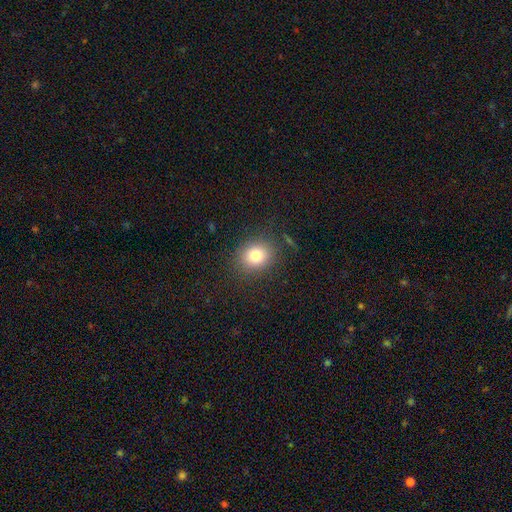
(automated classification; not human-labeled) Morphology: type=smooth (78%); roundness=round (72%); merging=none (85%).